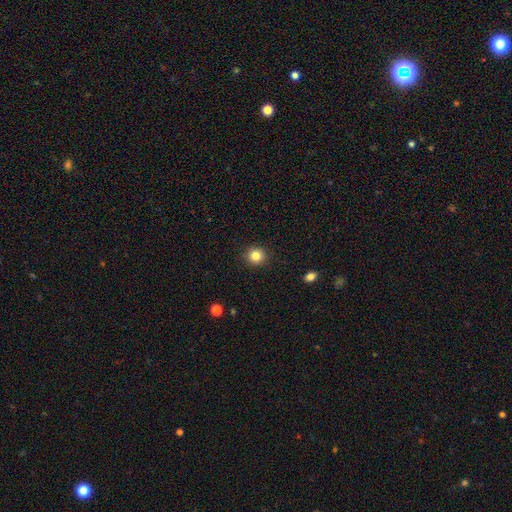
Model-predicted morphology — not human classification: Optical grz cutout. It shows a smooth galaxy with no disk features (83%) that is round (92%). Merging: none (92%).